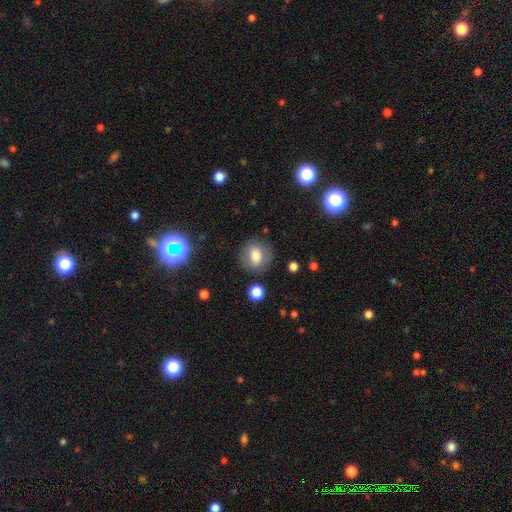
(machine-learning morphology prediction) smooth 73%, featured or disk 17%, star or artifact 11%. Down the decision tree: how rounded — round (64%); merging — none (80%).